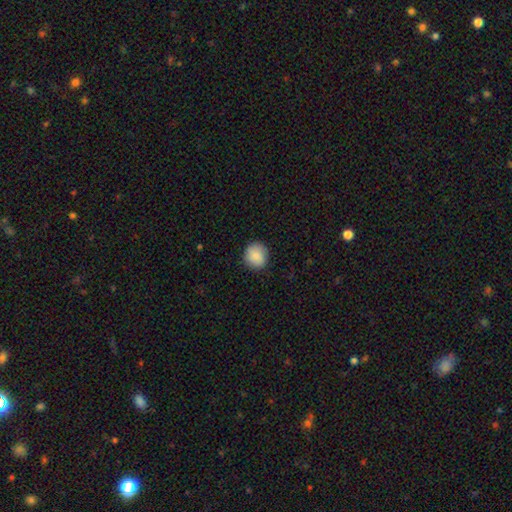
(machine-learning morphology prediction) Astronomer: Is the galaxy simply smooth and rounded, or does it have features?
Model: smooth — 86%.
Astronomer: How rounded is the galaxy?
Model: round — 88%.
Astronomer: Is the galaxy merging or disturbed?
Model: none — 89%.